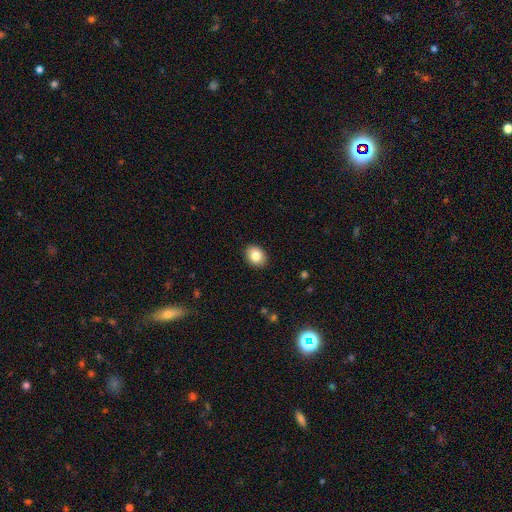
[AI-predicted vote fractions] Q: Smooth or featured?
A: smooth (83%); runner-up: featured or disk (8%)
Q: How rounded?
A: in between (58%); runner-up: round (41%)
Q: Merging?
A: none (90%); runner-up: minor disturbance (7%)